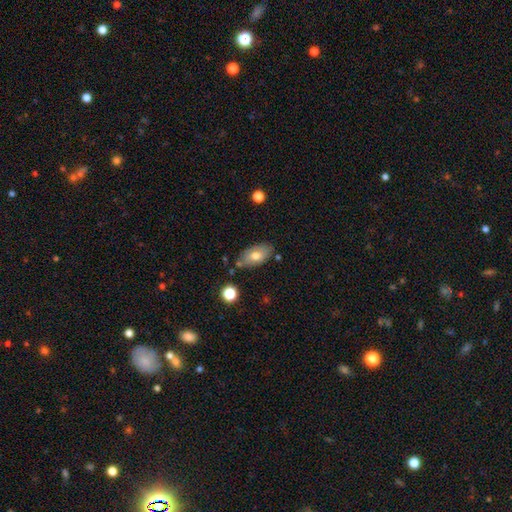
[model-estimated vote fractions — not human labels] smooth 70%, featured or disk 23%, star or artifact 7%. Down the decision tree: how rounded — in between (92%); merging — none (72%).